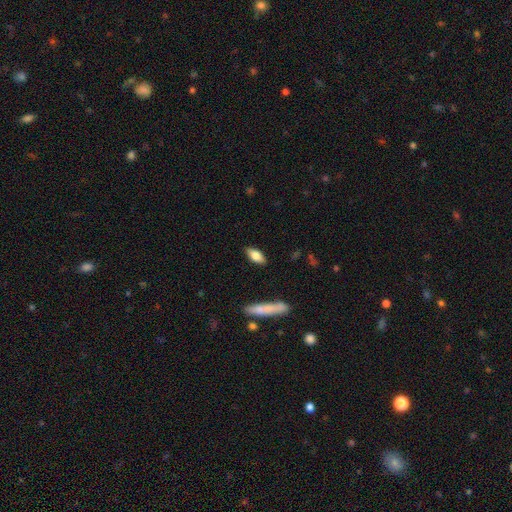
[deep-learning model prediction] smooth-or-featured: smooth: 75% | featured or disk: 18% | star or artifact: 7%
  how-rounded: in between: 78% | cigar-shaped: 20% | round: 3%
  merging: none: 87% | minor disturbance: 10% | major disturbance: 2% | merger: 2%